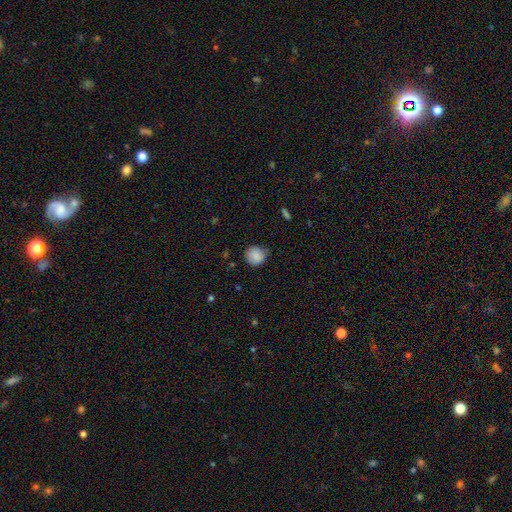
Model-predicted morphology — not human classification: smooth 86%, star or artifact 8%, featured or disk 6%. Down the decision tree: how rounded — round (88%); merging — none (72%).